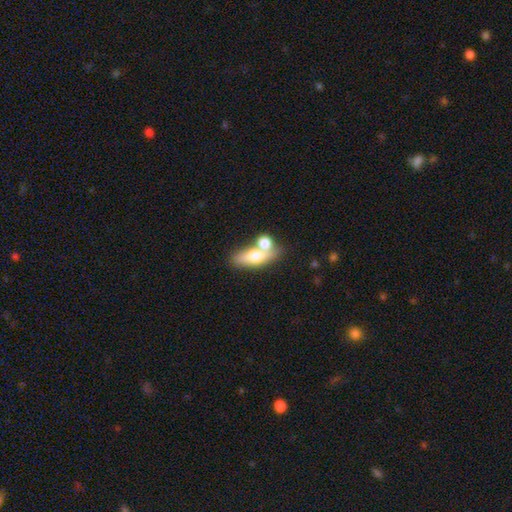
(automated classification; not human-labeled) This appears to be a smooth galaxy with no disk features (62%) that is in between round and cigar-shaped (65%). Merging: none (43%).